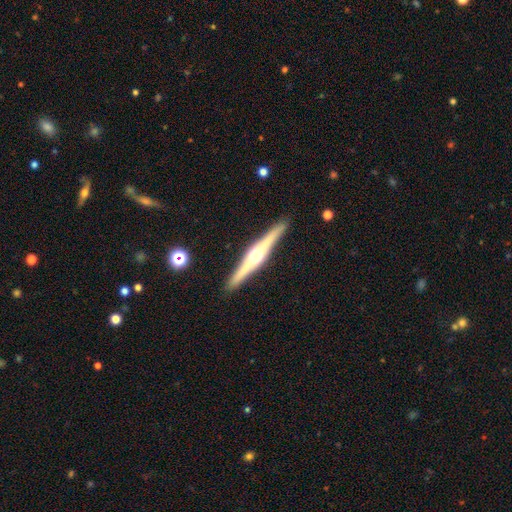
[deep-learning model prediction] Smooth or featured? Predicted: featured or disk (p=0.79). Edge-on disk? Predicted: yes (p=0.98). Edge-on bulge? Predicted: rounded (p=0.89). Merging? Predicted: none (p=0.91).